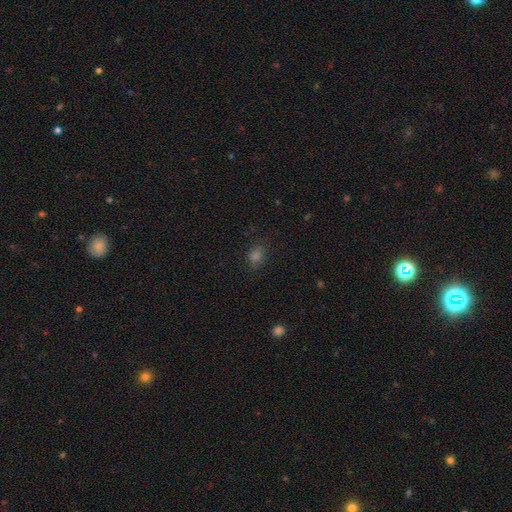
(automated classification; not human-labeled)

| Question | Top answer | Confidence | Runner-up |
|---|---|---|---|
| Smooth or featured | smooth | 69% | star or artifact (24%) |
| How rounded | in between | 62% | round (36%) |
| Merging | none | 80% | minor disturbance (14%) |